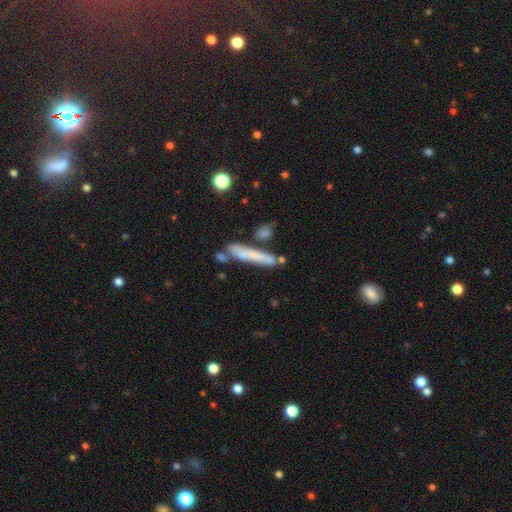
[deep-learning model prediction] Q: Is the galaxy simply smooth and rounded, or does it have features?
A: smooth — 67%.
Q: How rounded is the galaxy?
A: cigar-shaped — 91%.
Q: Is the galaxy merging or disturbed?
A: none — 65%.